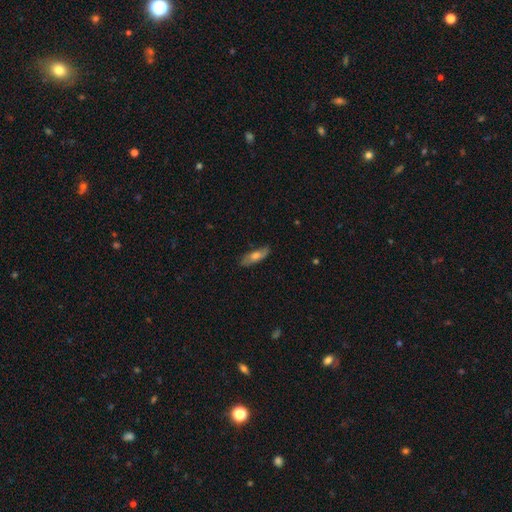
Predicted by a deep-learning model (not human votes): smooth 55%, featured or disk 37%, star or artifact 7%. Down the decision tree: how rounded — in between (56%); merging — none (79%).